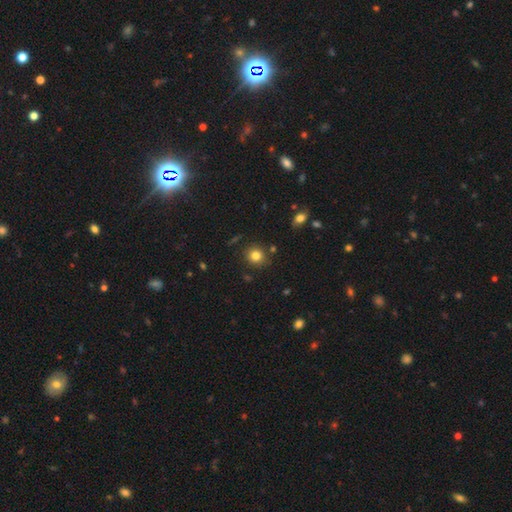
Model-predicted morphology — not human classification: Smooth or featured? Predicted: smooth (p=0.81). How rounded? Predicted: round (p=0.88). Merging? Predicted: none (p=0.86).